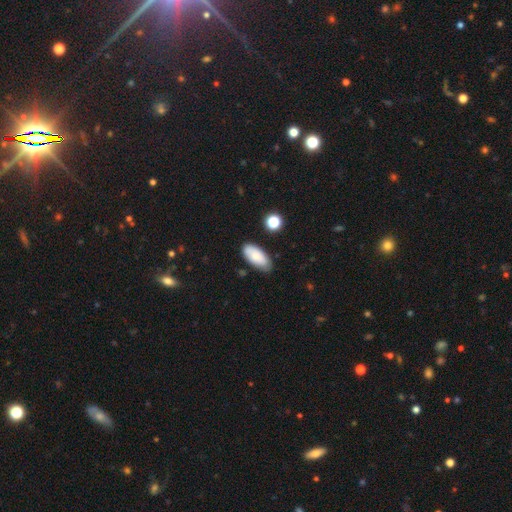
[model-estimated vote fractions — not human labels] This is likely a smooth galaxy (80%). How rounded: clearly in between (89%). Merging: likely none (78%).